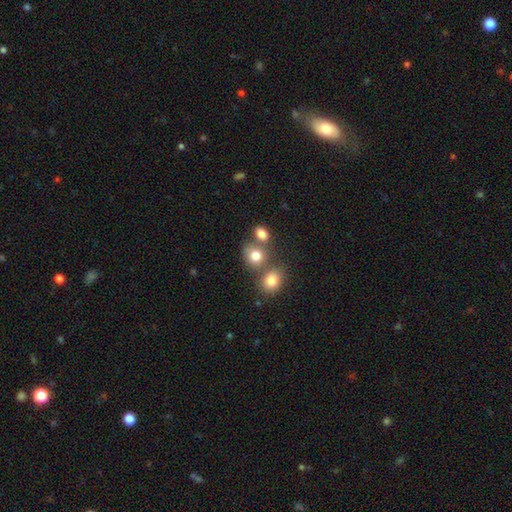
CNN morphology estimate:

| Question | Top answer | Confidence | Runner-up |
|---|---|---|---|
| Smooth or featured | smooth | 80% | star or artifact (11%) |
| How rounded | round | 65% | in between (34%) |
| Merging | none | 50% | merger (35%) |